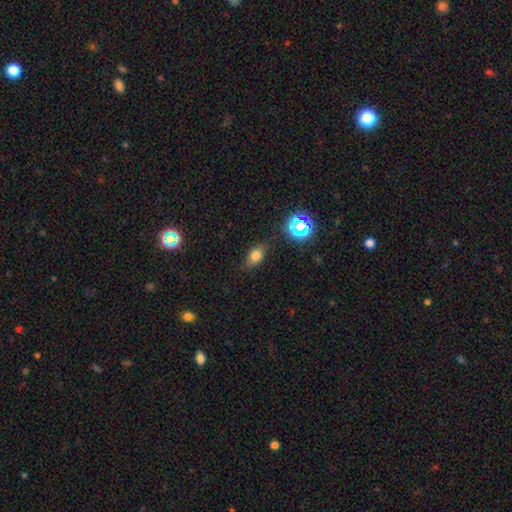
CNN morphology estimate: Smooth or featured: smooth — 72% (star or artifact — 17%)
How rounded: in between — 78% (round — 19%)
Merging: none — 80% (minor disturbance — 15%)